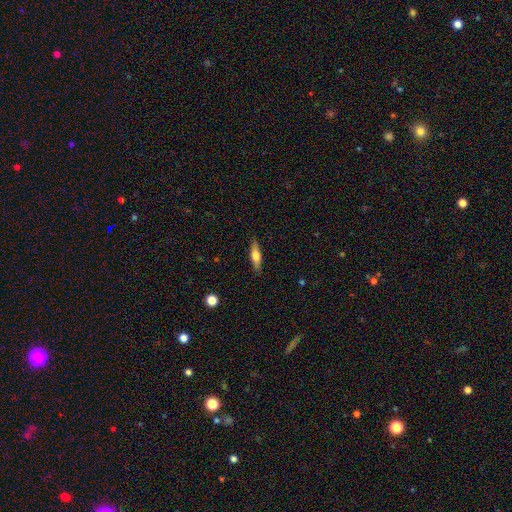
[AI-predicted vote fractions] Smooth or featured?
  - smooth: 55% *
  - featured or disk: 38%
  - star or artifact: 7%
How rounded?
  - cigar-shaped: 64% *
  - in between: 33%
  - round: 3%
Merging?
  - none: 86% *
  - minor disturbance: 10%
  - major disturbance: 2%
  - merger: 1%